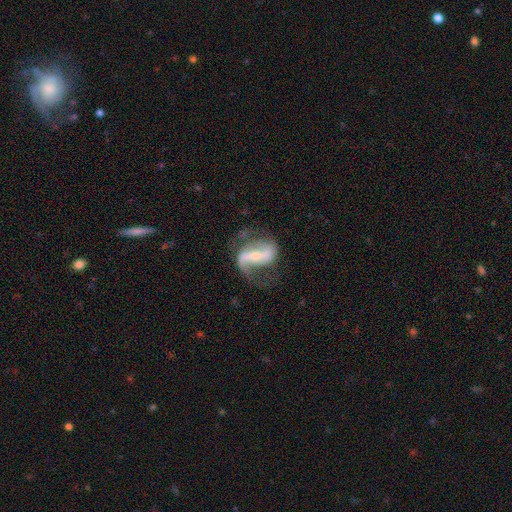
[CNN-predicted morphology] Overall: featured or disk (86%). Edge-on disk: no (95%). Bar: strong (64%; weak 24%). Spiral arms: yes (93%). Spiral arm count: 2 (83%). Spiral winding: loose (49%; medium 38%). Bulge size: small (60%; moderate 30%). Merging: none (57%; major disturbance 21%).